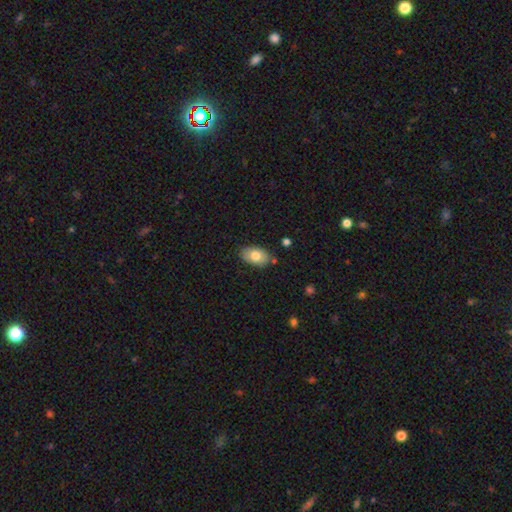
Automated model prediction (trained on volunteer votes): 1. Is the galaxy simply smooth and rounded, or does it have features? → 77% smooth, 15% featured or disk, 7% star or artifact.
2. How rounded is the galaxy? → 91% in between, 8% round, 1% cigar-shaped.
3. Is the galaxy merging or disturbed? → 81% none, 13% minor disturbance, 3% merger, 2% major disturbance.